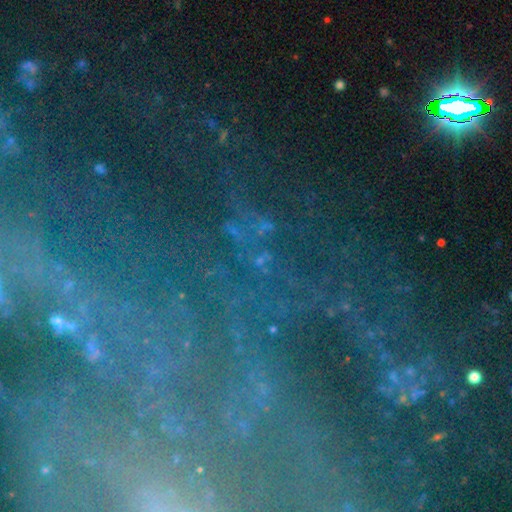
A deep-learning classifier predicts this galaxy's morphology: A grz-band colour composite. It shows a star or artifact, not a galaxy (58%).